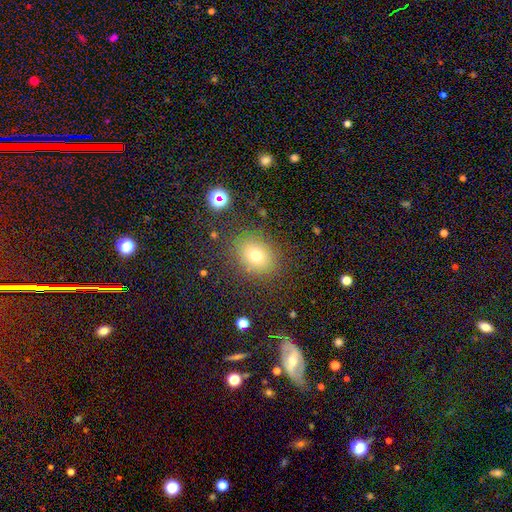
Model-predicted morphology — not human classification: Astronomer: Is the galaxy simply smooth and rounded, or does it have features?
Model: smooth — 72%.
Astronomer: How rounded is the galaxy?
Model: round — 64%.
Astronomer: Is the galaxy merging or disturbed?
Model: none — 83%.